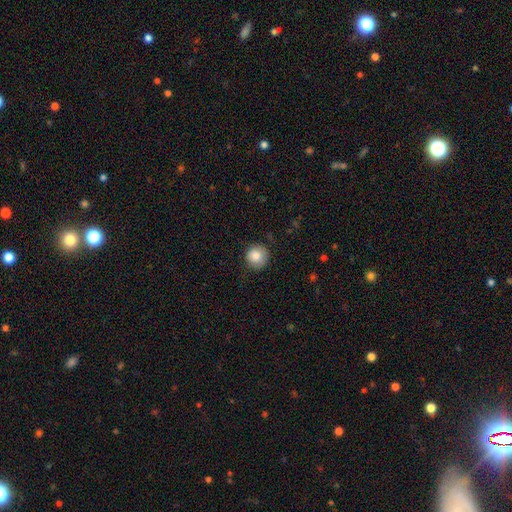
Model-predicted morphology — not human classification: A smooth galaxy with no disk features (83%) that is round (94%). Merging: none (83%).